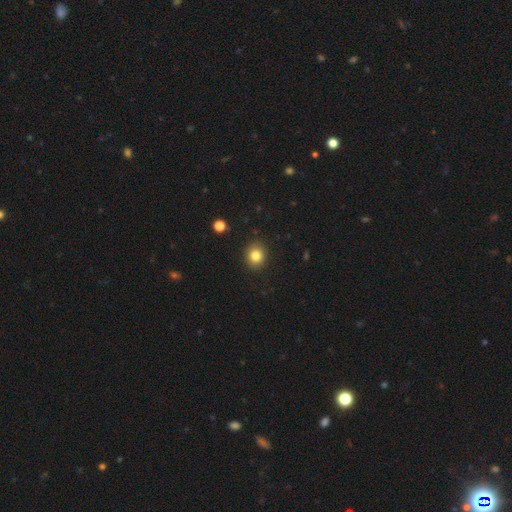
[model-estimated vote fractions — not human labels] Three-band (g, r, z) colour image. It shows a smooth galaxy with no disk features (82%) that is round (81%). Merging: none (90%).